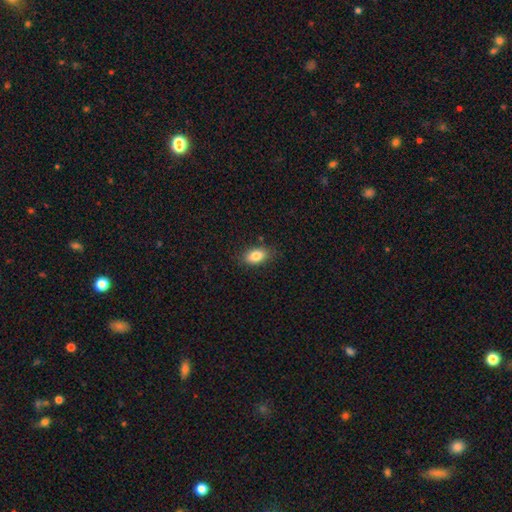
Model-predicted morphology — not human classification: Smooth or featured: smooth — 83% (featured or disk — 9%)
How rounded: in between — 89% (round — 9%)
Merging: none — 84% (minor disturbance — 12%)